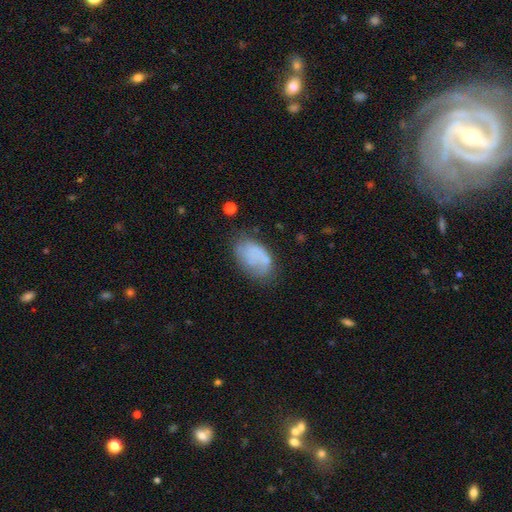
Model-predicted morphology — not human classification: Q: Smooth or featured?
A: smooth (62%); runner-up: featured or disk (29%)
Q: How rounded?
A: in between (90%); runner-up: round (9%)
Q: Merging?
A: none (50%); runner-up: minor disturbance (29%)